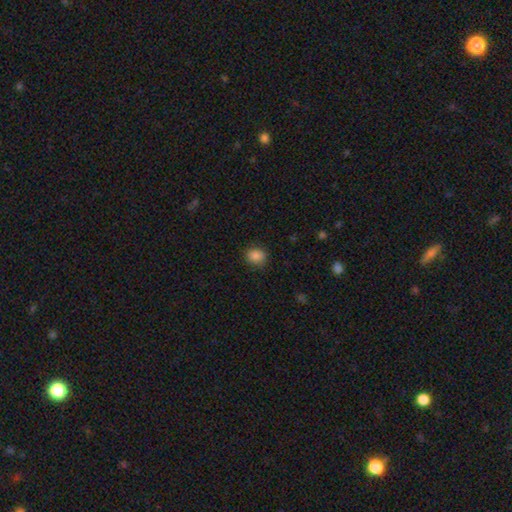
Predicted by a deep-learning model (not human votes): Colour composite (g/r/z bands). It shows a smooth galaxy with no disk features (86%) that is round (71%). Merging: none (83%).